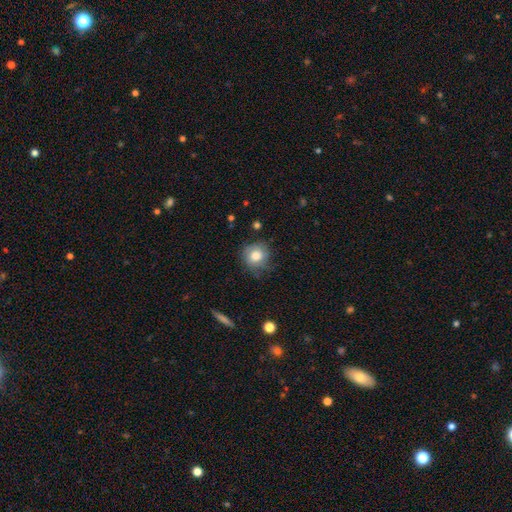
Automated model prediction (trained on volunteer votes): Overall: smooth (75%). How rounded: round (84%). Merging: none (69%).